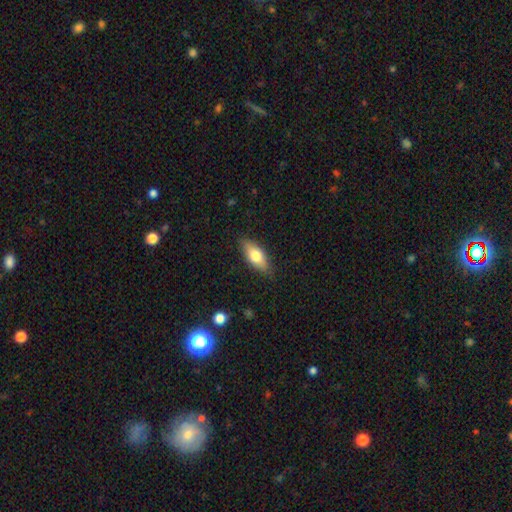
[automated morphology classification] type=smooth (70%); roundness=in between (78%); merging=none (85%).